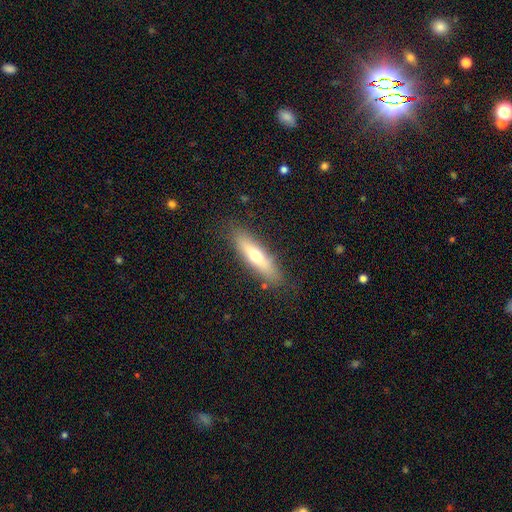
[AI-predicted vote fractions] A smooth galaxy with no disk features (56%) that is cigar-shaped (69%). Merging: none (85%).